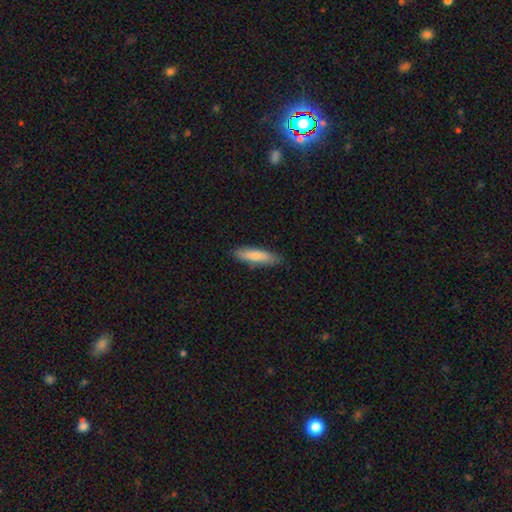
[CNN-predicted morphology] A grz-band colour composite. It shows a smooth galaxy with no disk features (80%) that is cigar-shaped (72%). Merging: none (86%).